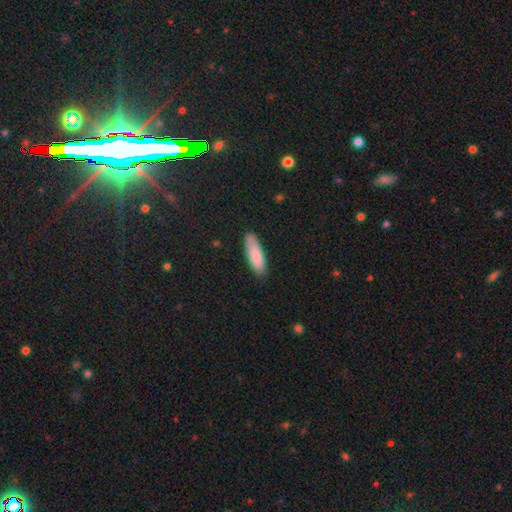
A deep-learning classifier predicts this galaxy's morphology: type=smooth (86%); roundness=in between (49%, tied with cigar-shaped); merging=none (82%).